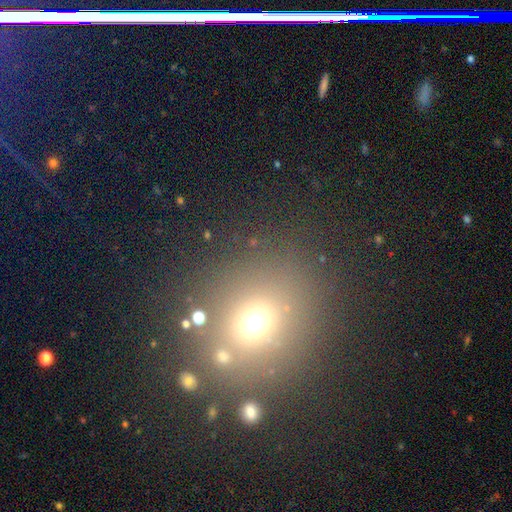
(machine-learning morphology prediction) A smooth galaxy with no disk features (58%) that is round (77%).

Vote fractions:
- Smooth or featured? smooth: 58% / star or artifact: 32% / featured or disk: 11%
- How rounded? round: 77% / in between: 21% / cigar-shaped: 2%
- Merging? none: 82% / minor disturbance: 9% / merger: 5% / major disturbance: 4%